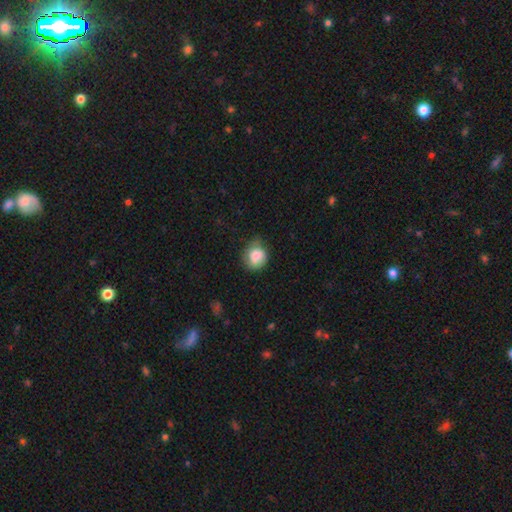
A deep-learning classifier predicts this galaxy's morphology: Smooth or featured?
  - smooth: 80% *
  - featured or disk: 12%
  - star or artifact: 8%
How rounded?
  - round: 71% *
  - in between: 28%
  - cigar-shaped: 1%
Merging?
  - none: 53% *
  - minor disturbance: 35%
  - major disturbance: 10%
  - merger: 2%